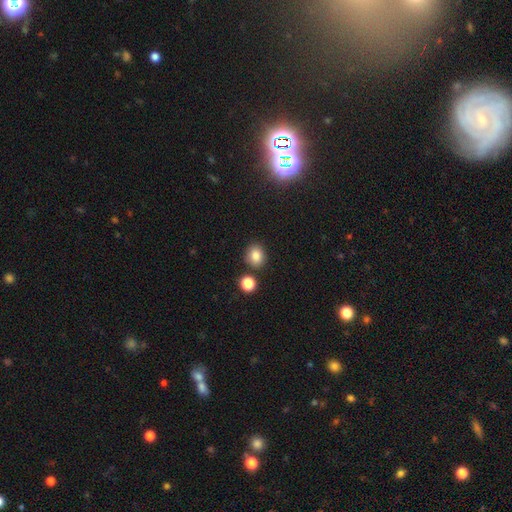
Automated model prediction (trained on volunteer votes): Morphology: type=smooth (83%); roundness=round (68%); merging=none (81%).